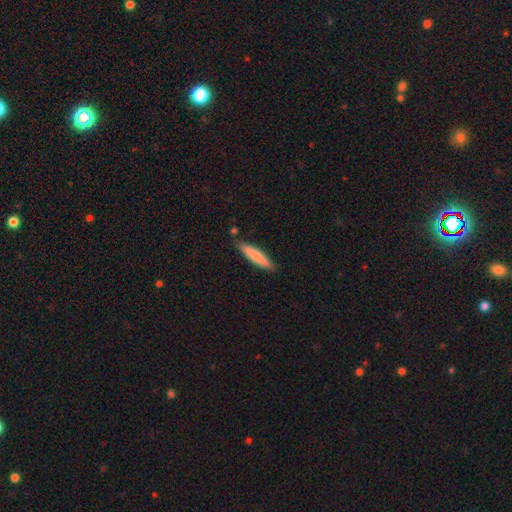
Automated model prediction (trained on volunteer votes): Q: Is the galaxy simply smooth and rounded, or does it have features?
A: smooth — 78%.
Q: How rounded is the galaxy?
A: cigar-shaped — 85%.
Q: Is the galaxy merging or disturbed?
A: none — 84%.